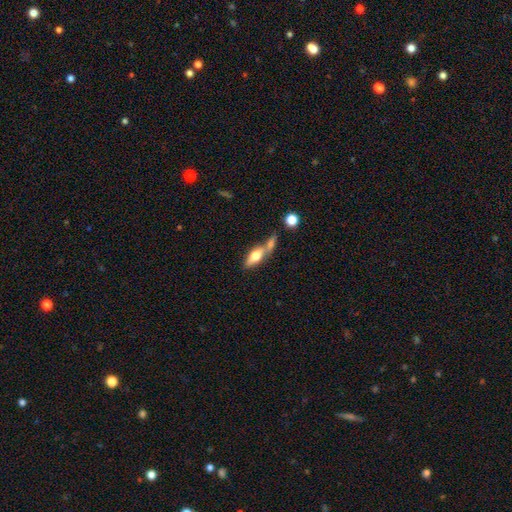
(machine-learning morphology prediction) A smooth galaxy with no disk features (62%) that is in between round and cigar-shaped (67%).

Vote fractions:
- Smooth or featured? smooth: 62% / featured or disk: 31% / star or artifact: 7%
- How rounded? in between: 67% / cigar-shaped: 29% / round: 4%
- Merging? merger: 48% / none: 35% / minor disturbance: 12% / major disturbance: 6%